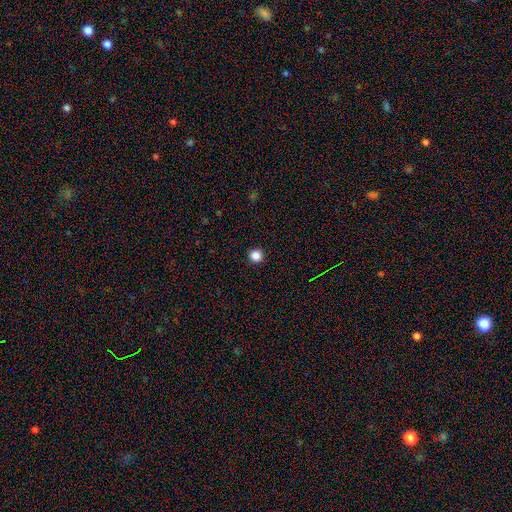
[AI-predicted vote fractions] A smooth galaxy with no disk features (85%) that is round (94%).

Vote fractions:
- Smooth or featured? smooth: 85% / star or artifact: 12% / featured or disk: 3%
- How rounded? round: 94% / in between: 5% / cigar-shaped: 1%
- Merging? none: 93% / minor disturbance: 5% / major disturbance: 2% / merger: 1%